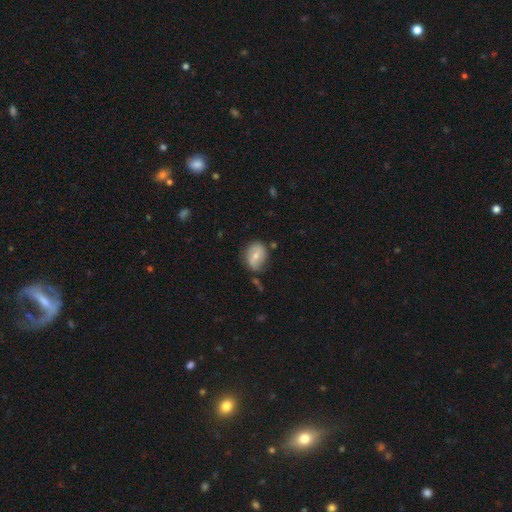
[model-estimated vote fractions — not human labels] Smooth or featured: smooth — 50% (featured or disk — 43%)
Merging: none — 65% (minor disturbance — 25%)